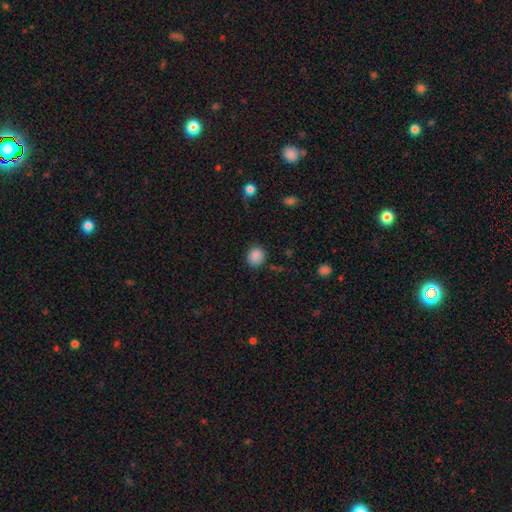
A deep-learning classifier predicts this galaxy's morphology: Q: Smooth or featured?
A: smooth (86%); runner-up: star or artifact (10%)
Q: How rounded?
A: round (74%); runner-up: in between (25%)
Q: Merging?
A: none (81%); runner-up: minor disturbance (13%)